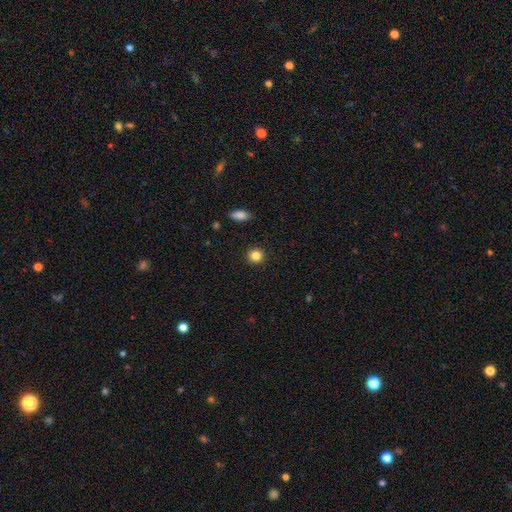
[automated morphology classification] Smooth or featured? Predicted: smooth (p=0.85). How rounded? Predicted: round (p=0.89). Merging? Predicted: none (p=0.92).